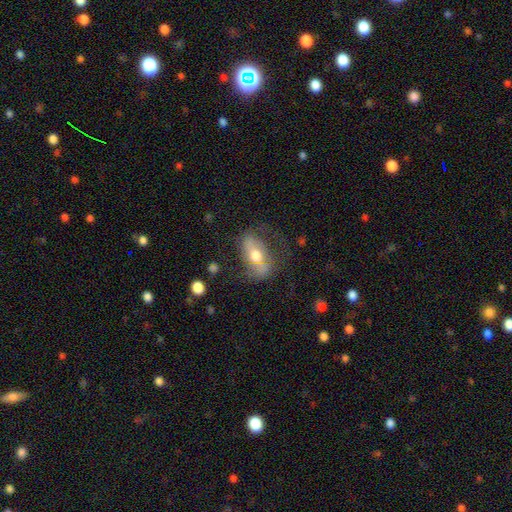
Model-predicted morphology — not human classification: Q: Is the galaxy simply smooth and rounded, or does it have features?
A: featured or disk — 50%.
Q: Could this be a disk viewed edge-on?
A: no — 89%.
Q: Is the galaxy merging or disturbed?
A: none — 51%.